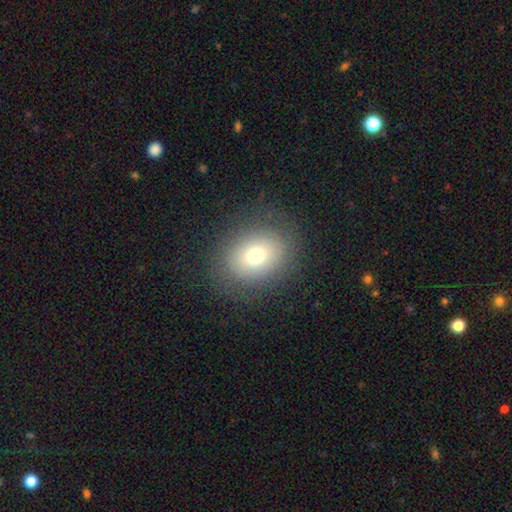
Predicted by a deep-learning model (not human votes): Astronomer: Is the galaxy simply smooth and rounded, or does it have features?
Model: smooth — 71%.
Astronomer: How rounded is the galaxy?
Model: round — 55% (runner-up: in between, 44%).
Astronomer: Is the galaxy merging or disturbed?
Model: none — 82%.